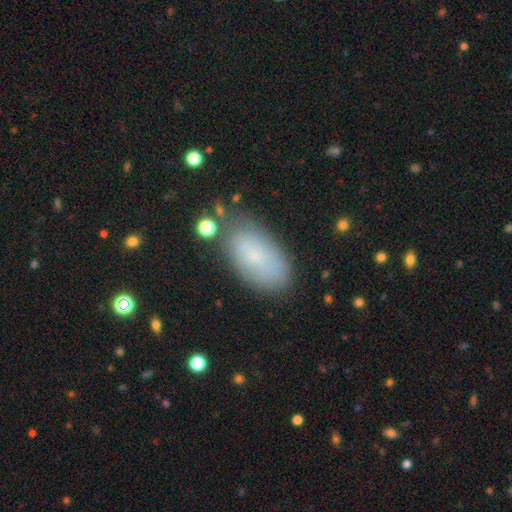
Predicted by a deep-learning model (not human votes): The model was most divided on "merging": none: 74%, minor disturbance: 17%, major disturbance: 5%, merger: 3%. More confident: how rounded — in between (94%); smooth or featured — smooth (76%).